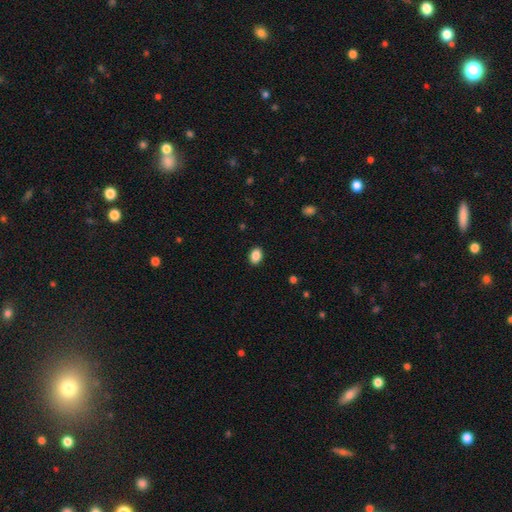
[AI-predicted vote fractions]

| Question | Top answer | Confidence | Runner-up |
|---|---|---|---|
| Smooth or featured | smooth | 88% | star or artifact (8%) |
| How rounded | in between | 76% | round (23%) |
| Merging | none | 89% | minor disturbance (8%) |